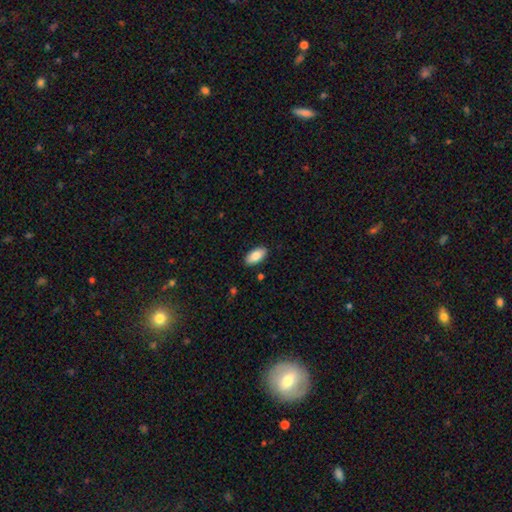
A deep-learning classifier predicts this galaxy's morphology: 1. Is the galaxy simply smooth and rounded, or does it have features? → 86% smooth, 7% featured or disk, 6% star or artifact.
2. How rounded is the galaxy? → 93% in between, 4% cigar-shaped, 2% round.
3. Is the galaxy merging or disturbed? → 88% none, 9% minor disturbance, 2% major disturbance, 1% merger.